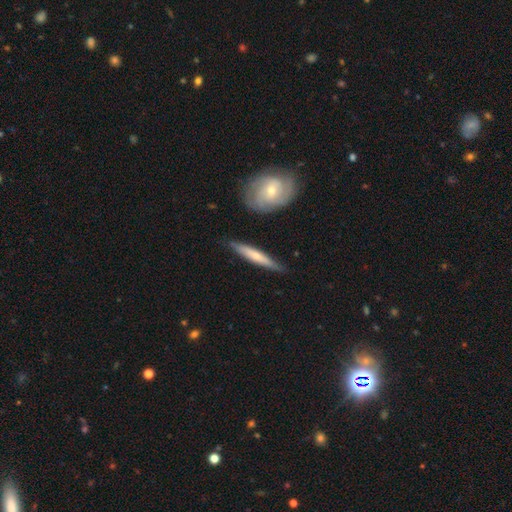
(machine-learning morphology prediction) smooth 52%, featured or disk 44%, star or artifact 5%. Down the decision tree: how rounded — cigar-shaped (90%); merging — none (83%).